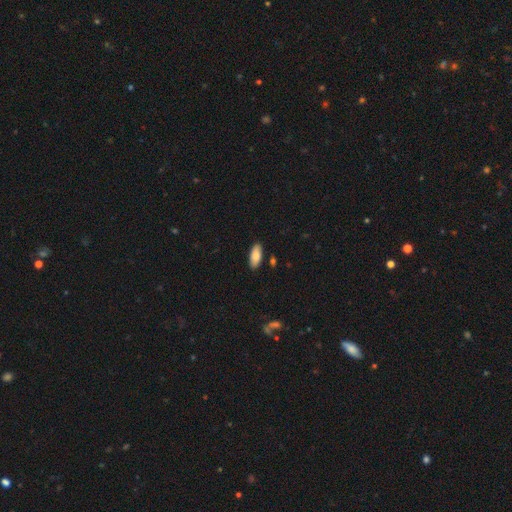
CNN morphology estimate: Smooth or featured: smooth — 84% (featured or disk — 10%)
How rounded: in between — 84% (cigar-shaped — 14%)
Merging: none — 87% (minor disturbance — 9%)